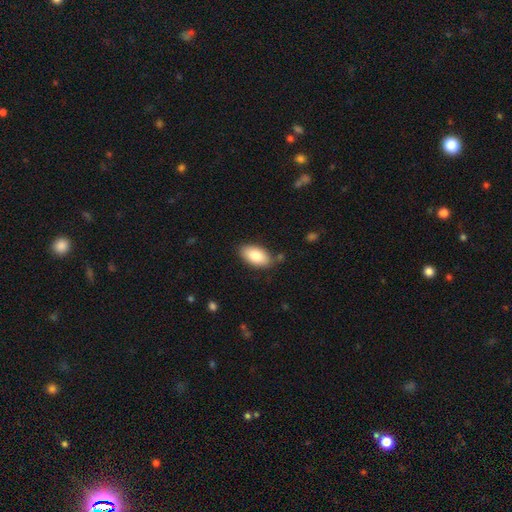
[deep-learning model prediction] This appears to be a smooth galaxy with no disk features (84%) that is in between round and cigar-shaped (94%). Merging: none (81%).